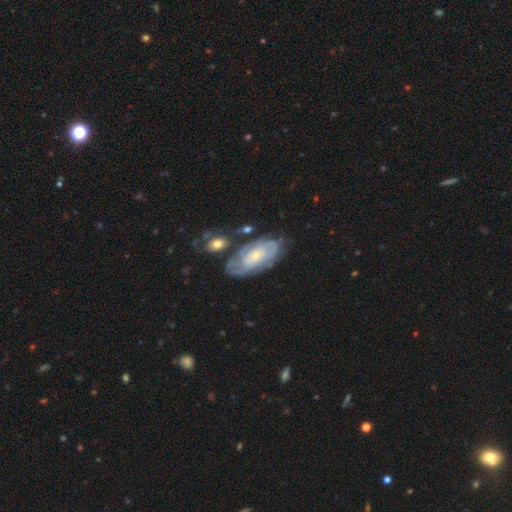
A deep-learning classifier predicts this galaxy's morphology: The model was most divided on "merging": none: 58%, minor disturbance: 20%, merger: 13%, major disturbance: 9%. More confident: edge-on disk — no (93%); spiral arms — yes (79%); bar — no (75%); bulge size — small (73%); smooth or featured — featured or disk (69%); spiral winding — tight (68%); spiral arm count — can't tell (60%).